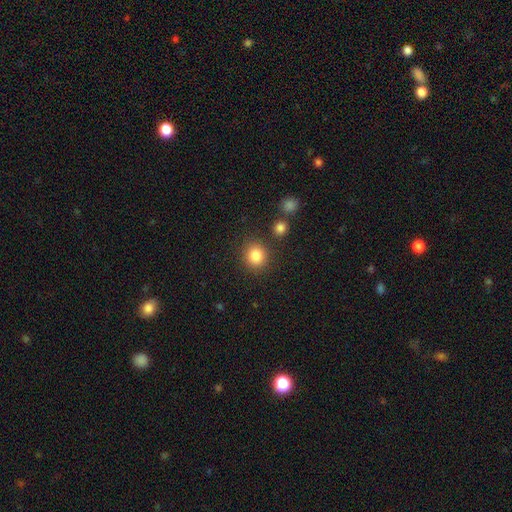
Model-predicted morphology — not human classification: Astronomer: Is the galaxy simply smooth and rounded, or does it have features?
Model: smooth — 85%.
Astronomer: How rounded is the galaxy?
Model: round — 86%.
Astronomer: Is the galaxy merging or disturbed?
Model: none — 84%.